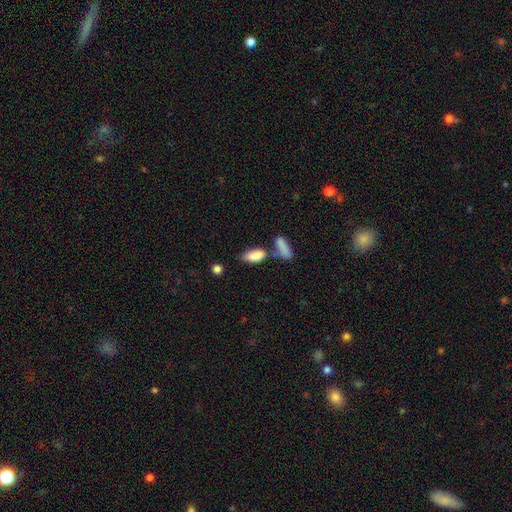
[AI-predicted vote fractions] Q: Smooth or featured?
A: smooth (84%); runner-up: featured or disk (9%)
Q: How rounded?
A: in between (85%); runner-up: cigar-shaped (13%)
Q: Merging?
A: none (44%); runner-up: merger (32%)